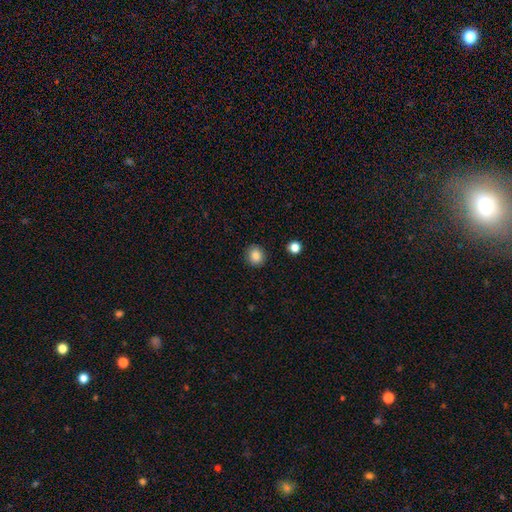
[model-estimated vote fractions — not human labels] A smooth galaxy with no disk features (86%) that is round (84%). Merging: none (90%).